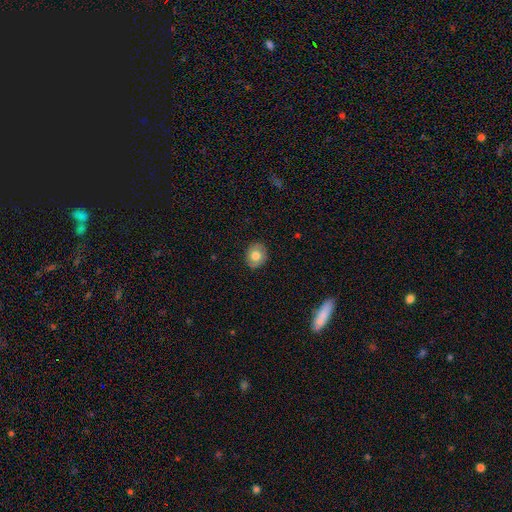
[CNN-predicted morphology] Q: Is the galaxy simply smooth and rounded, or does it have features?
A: smooth — 73%.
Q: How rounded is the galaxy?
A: round — 66%.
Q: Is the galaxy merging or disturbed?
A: none — 84%.